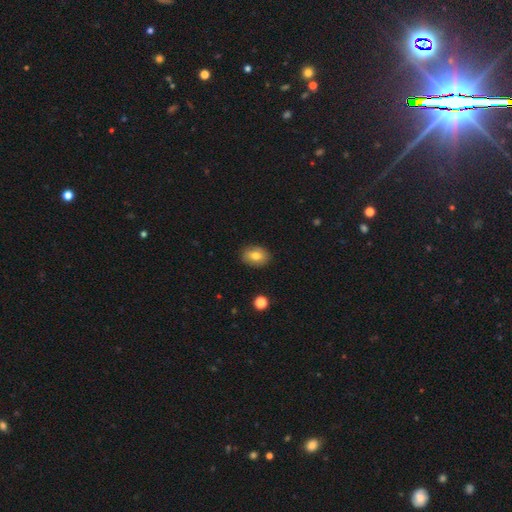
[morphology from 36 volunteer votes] Overall: smooth (83%). How rounded: in between (87%). Merging: none (89%).